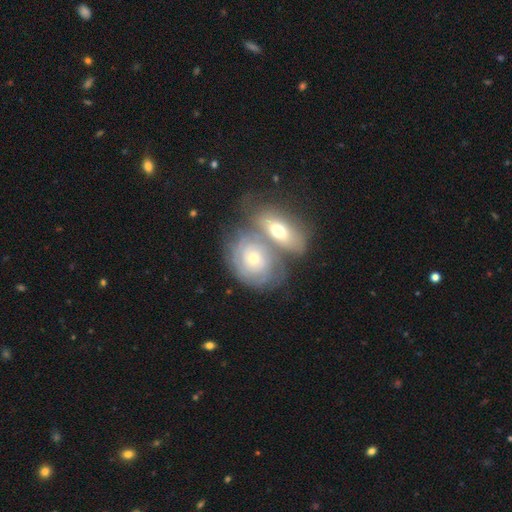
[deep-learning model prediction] Smooth or featured?
  - featured or disk: 65% *
  - smooth: 26%
  - star or artifact: 8%
Edge-on disk?
  - no: 93% *
  - yes: 7%
Bar?
  - no: 82% *
  - weak: 14%
  - strong: 4%
Spiral arms?
  - yes: 76% *
  - no: 24%
Bulge size?
  - small: 55% *
  - moderate: 40%
  - large: 3%
  - none: 1%
  - dominant: 1%
Merging?
  - merger: 48% *
  - none: 36%
  - minor disturbance: 11%
  - major disturbance: 5%